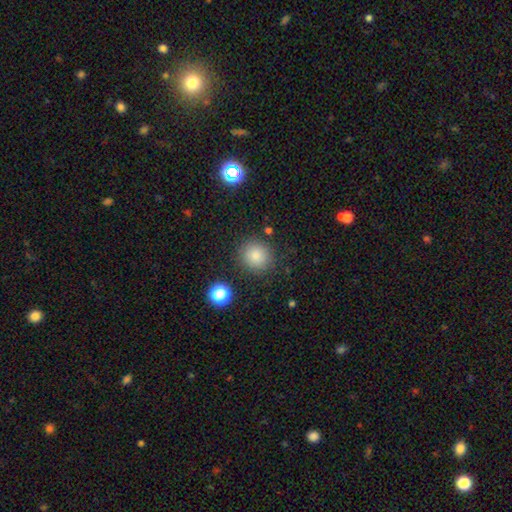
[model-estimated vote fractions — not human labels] Smooth or featured: smooth — 84% (star or artifact — 11%)
How rounded: round — 89% (in between — 10%)
Merging: none — 86% (minor disturbance — 9%)